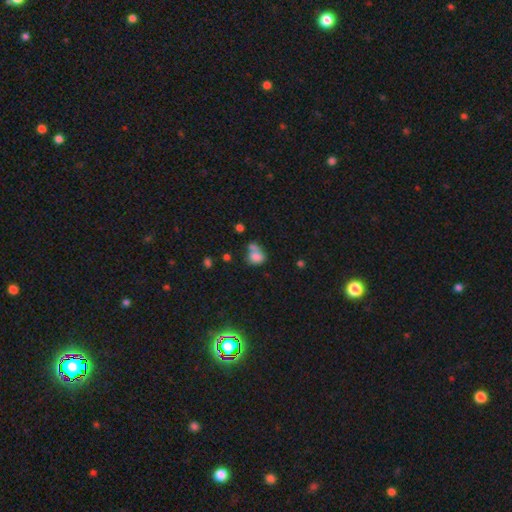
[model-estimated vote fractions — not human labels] Overall: smooth (73%). How rounded: in between (64%; round 34%). Merging: merger (45%; none 26%).